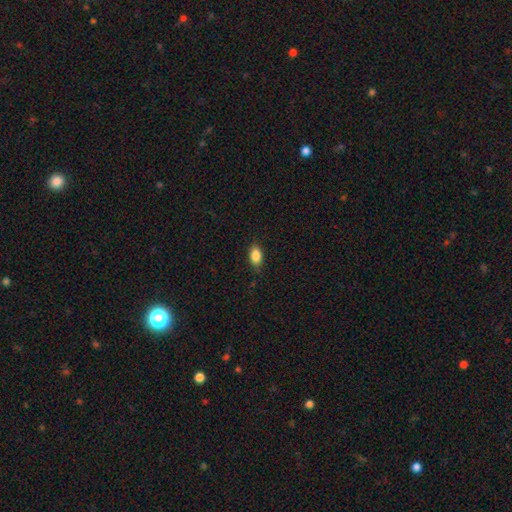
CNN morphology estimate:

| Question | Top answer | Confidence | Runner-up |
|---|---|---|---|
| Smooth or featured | smooth | 87% | star or artifact (8%) |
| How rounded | in between | 89% | round (8%) |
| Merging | none | 83% | minor disturbance (13%) |